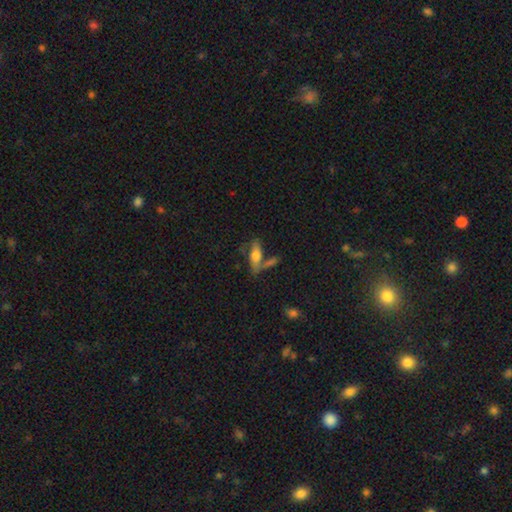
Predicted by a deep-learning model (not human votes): The model was most divided on "how rounded": in between: 60%, cigar-shaped: 37%, round: 3%. More confident: smooth or featured — smooth (58%); merging — none (54%).